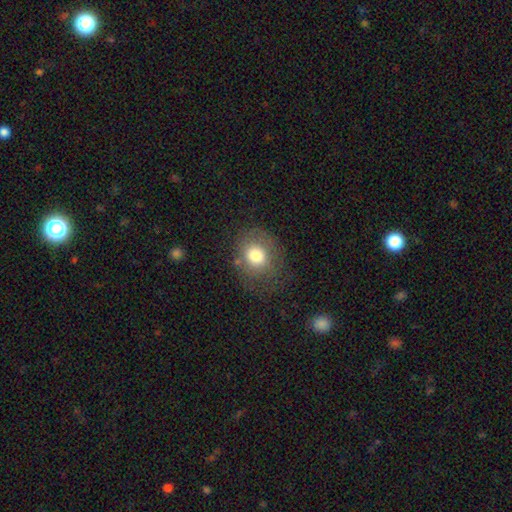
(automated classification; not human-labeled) A smooth galaxy with no disk features (75%) that is round (68%).

Vote fractions:
- Smooth or featured? smooth: 75% / featured or disk: 15% / star or artifact: 11%
- How rounded? round: 68% / in between: 31% / cigar-shaped: 1%
- Merging? none: 68% / minor disturbance: 19% / major disturbance: 11% / merger: 2%